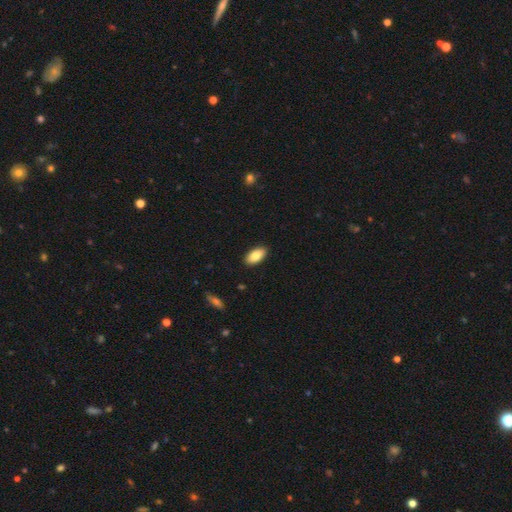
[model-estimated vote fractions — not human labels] This is clearly a smooth galaxy (84%). How rounded: clearly in between (92%). Merging: clearly none (89%).